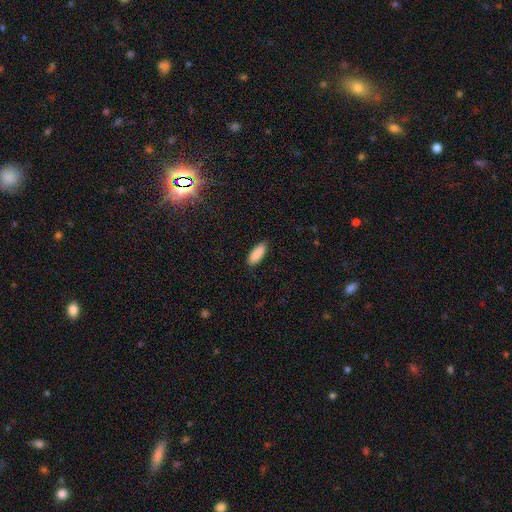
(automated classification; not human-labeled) Q: Smooth or featured?
A: smooth (90%); runner-up: star or artifact (6%)
Q: How rounded?
A: in between (75%); runner-up: cigar-shaped (23%)
Q: Merging?
A: none (87%); runner-up: minor disturbance (10%)